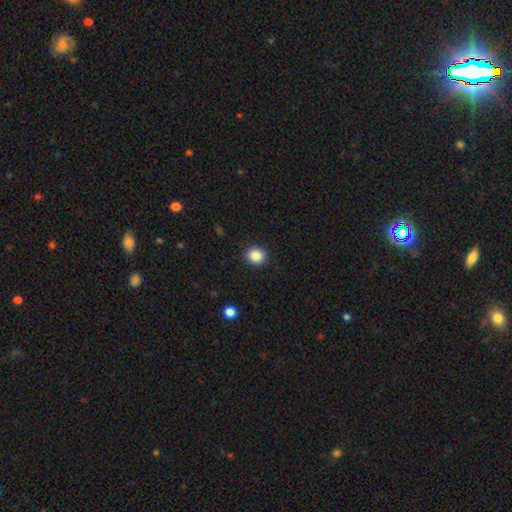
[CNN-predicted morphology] smooth 87%, star or artifact 10%, featured or disk 4%. Down the decision tree: how rounded — round (79%); merging — none (90%).